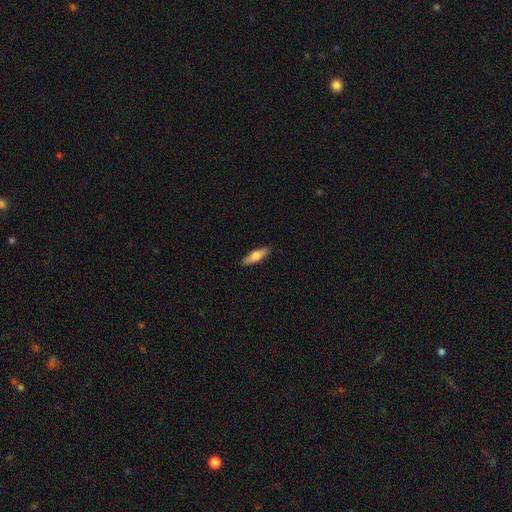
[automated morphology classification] Smooth or featured: smooth — 66% (featured or disk — 28%)
How rounded: cigar-shaped — 59% (in between — 39%)
Merging: none — 90% (minor disturbance — 8%)